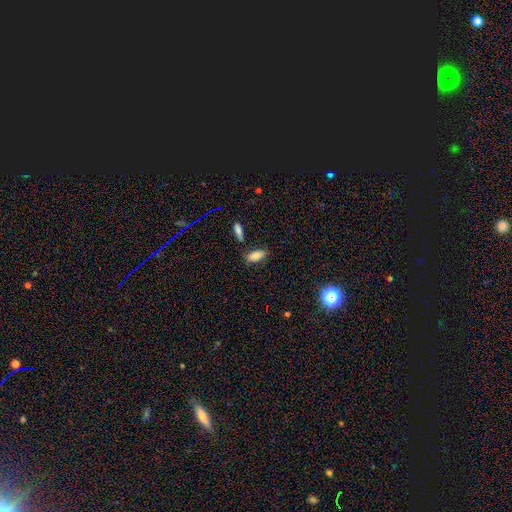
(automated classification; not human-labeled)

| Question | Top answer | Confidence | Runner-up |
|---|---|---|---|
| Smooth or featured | smooth | 79% | featured or disk (12%) |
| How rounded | in between | 87% | cigar-shaped (10%) |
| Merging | none | 76% | minor disturbance (14%) |